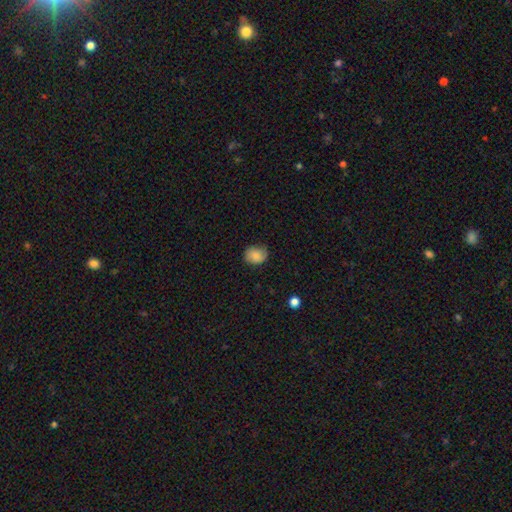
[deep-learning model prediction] Morphology: type=smooth (79%); roundness=round (57%); merging=none (75%).